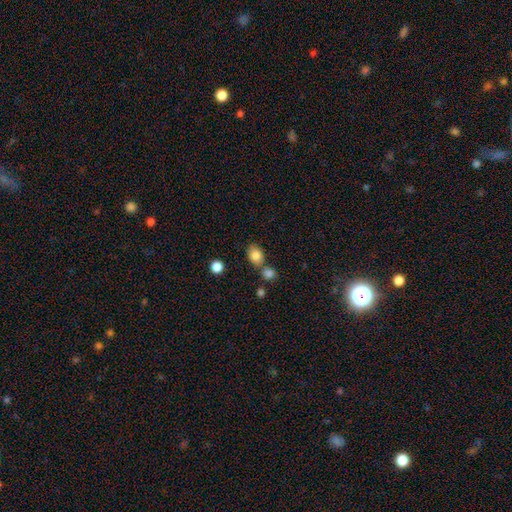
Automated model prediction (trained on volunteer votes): The model was most divided on "how rounded": in between: 65%, round: 34%, cigar-shaped: 1%. More confident: smooth or featured — smooth (84%); merging — none (59%).